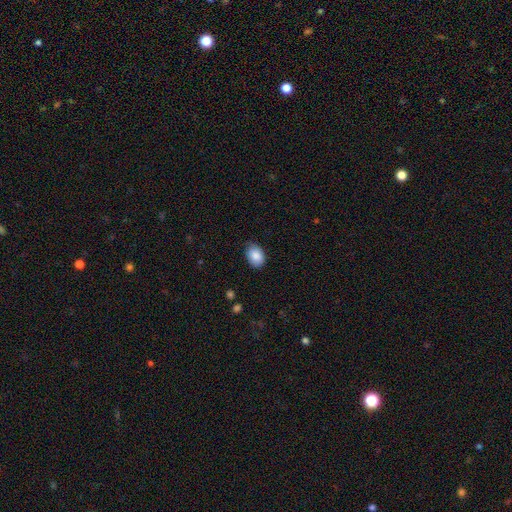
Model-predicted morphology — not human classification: smooth 88%, star or artifact 7%, featured or disk 6%. Down the decision tree: how rounded — in between (84%); merging — none (74%).